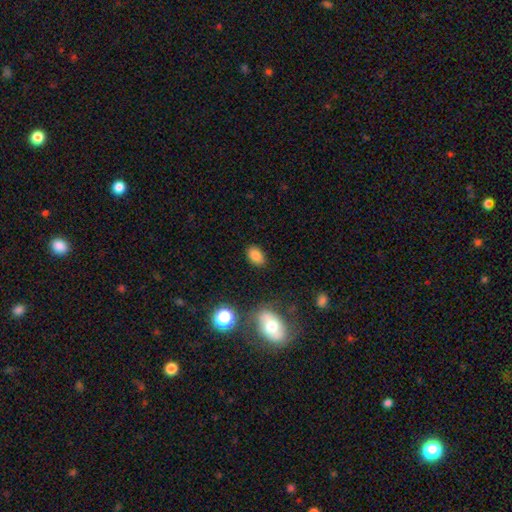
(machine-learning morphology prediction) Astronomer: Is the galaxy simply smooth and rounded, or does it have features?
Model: smooth — 83%.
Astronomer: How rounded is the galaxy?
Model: in between — 84%.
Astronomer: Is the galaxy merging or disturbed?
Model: none — 85%.